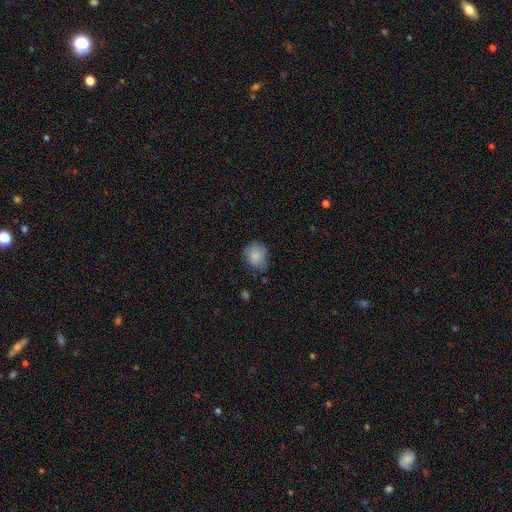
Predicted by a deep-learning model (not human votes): smooth-or-featured: smooth: 82% | featured or disk: 10% | star or artifact: 8%
  how-rounded: round: 65% | in between: 34% | cigar-shaped: 1%
  merging: none: 57% | minor disturbance: 33% | major disturbance: 9% | merger: 2%